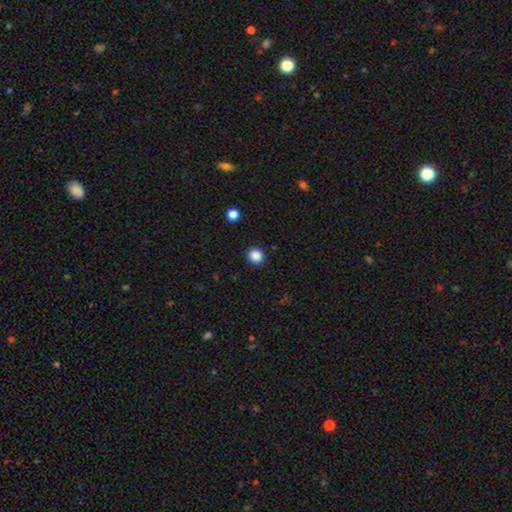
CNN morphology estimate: Smooth or featured? smooth (87%)
How rounded? round (89%)
Merging? none (91%)